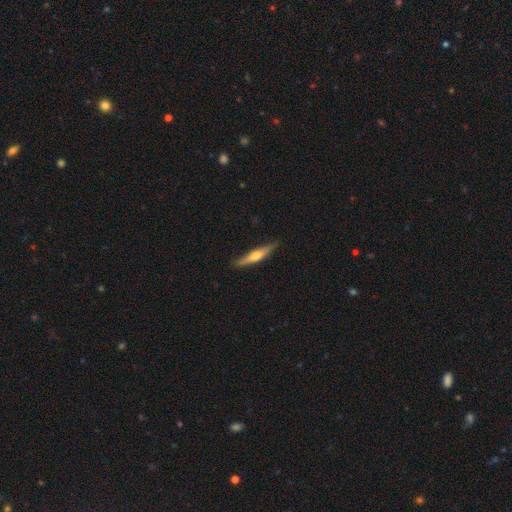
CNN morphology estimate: Smooth or featured? Predicted: featured or disk (p=0.53). Edge-on disk? Predicted: yes (p=0.95). Edge-on bulge? Predicted: rounded (p=0.83). Merging? Predicted: none (p=0.87).